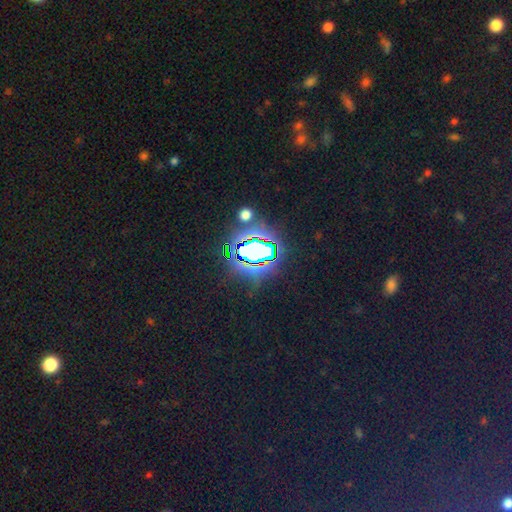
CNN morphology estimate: Smooth or featured?
  - star or artifact: 72% *
  - smooth: 17%
  - featured or disk: 12%